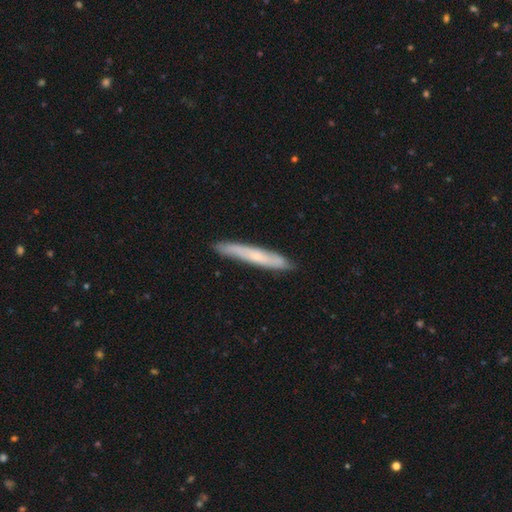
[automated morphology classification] type=featured or disk (48%); merging=none (85%).